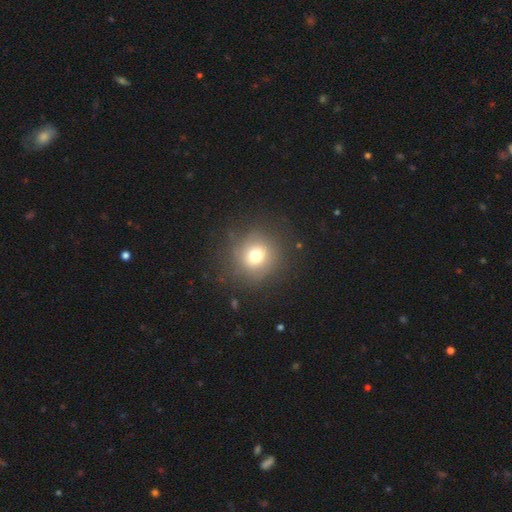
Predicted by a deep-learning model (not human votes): Q: Smooth or featured?
A: smooth (71%); runner-up: star or artifact (15%)
Q: How rounded?
A: round (91%); runner-up: in between (8%)
Q: Merging?
A: none (82%); runner-up: minor disturbance (11%)